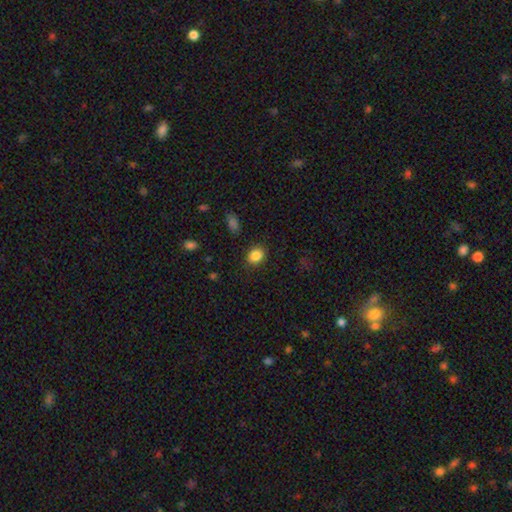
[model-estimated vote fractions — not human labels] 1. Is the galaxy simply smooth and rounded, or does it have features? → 86% smooth, 9% star or artifact, 5% featured or disk.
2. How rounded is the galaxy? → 53% round, 46% in between, 1% cigar-shaped.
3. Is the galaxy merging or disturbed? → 86% none, 10% minor disturbance, 3% major disturbance, 1% merger.